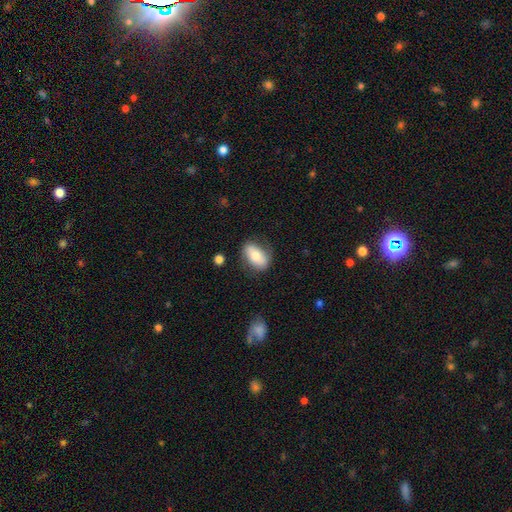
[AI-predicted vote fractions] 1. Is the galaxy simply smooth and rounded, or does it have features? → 69% smooth, 24% featured or disk, 7% star or artifact.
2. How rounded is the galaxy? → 89% in between, 8% round, 3% cigar-shaped.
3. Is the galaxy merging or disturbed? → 75% none, 18% minor disturbance, 5% major disturbance, 2% merger.